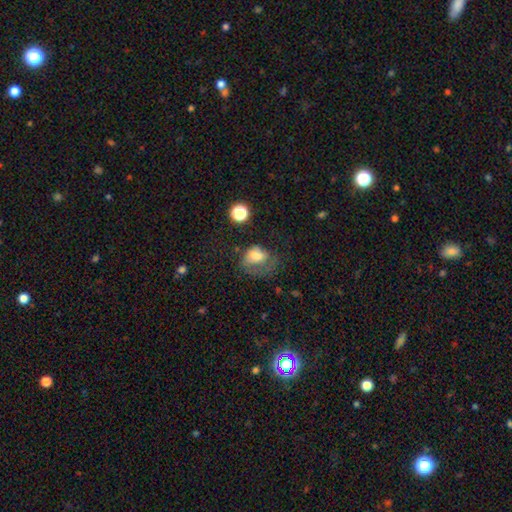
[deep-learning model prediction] Smooth or featured: smooth — 60% (featured or disk — 26%)
How rounded: in between — 61% (round — 38%)
Merging: major disturbance — 50% (none — 22%)